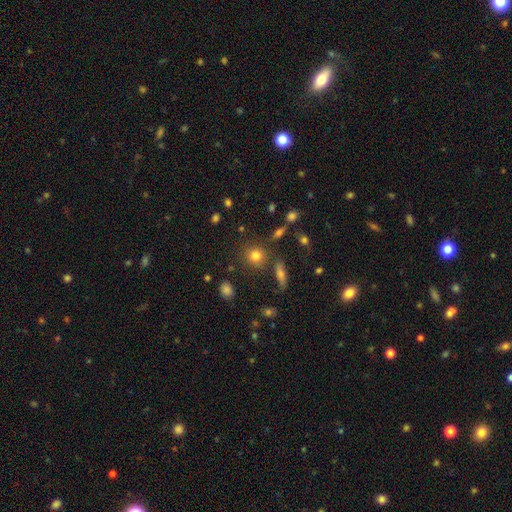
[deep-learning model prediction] smooth-or-featured: smooth: 77% | star or artifact: 13% | featured or disk: 10%
  how-rounded: round: 83% | in between: 15% | cigar-shaped: 2%
  merging: none: 77% | minor disturbance: 10% | merger: 9% | major disturbance: 4%